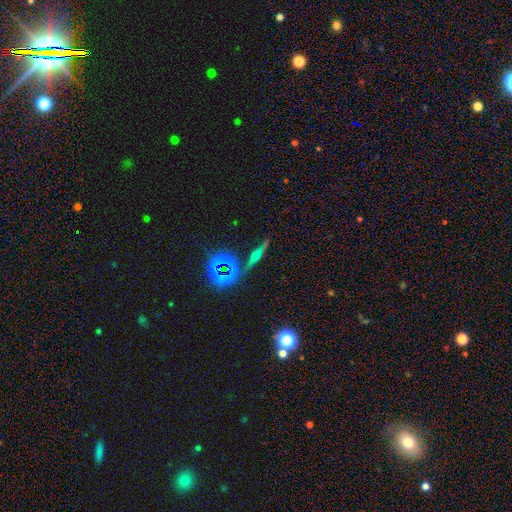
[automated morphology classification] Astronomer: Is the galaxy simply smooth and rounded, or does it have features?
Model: featured or disk — 41% (runner-up: smooth, 30%).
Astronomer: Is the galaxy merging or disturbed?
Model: none — 75%.